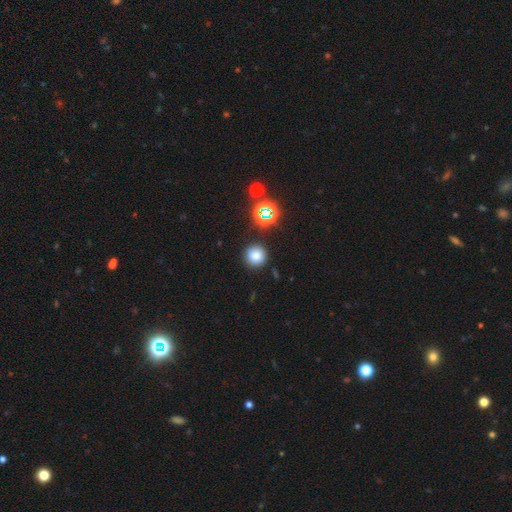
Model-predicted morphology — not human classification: A smooth galaxy with no disk features (75%) that is round (95%).

Vote fractions:
- Smooth or featured? smooth: 75% / star or artifact: 18% / featured or disk: 7%
- How rounded? round: 95% / in between: 4% / cigar-shaped: 1%
- Merging? none: 88% / minor disturbance: 7% / merger: 3% / major disturbance: 2%